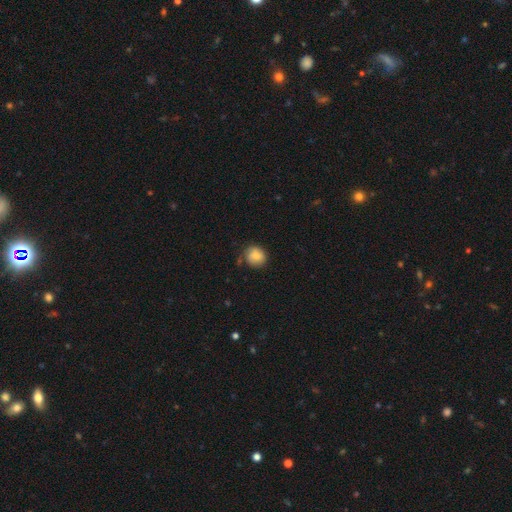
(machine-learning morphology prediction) Overall: smooth (80%). How rounded: round (84%). Merging: none (71%).